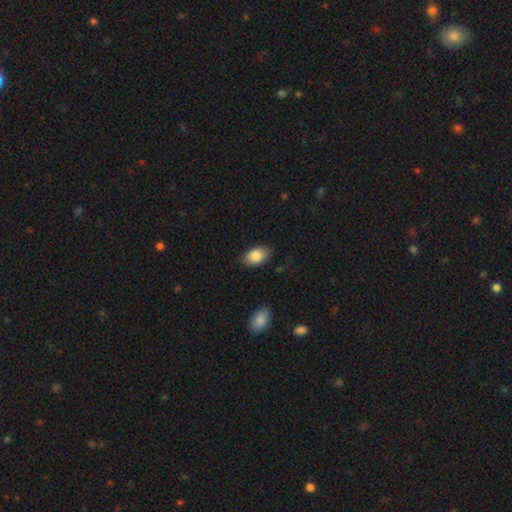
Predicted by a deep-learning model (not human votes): Smooth or featured?
  - smooth: 86% *
  - featured or disk: 7%
  - star or artifact: 7%
How rounded?
  - in between: 91% *
  - round: 7%
  - cigar-shaped: 1%
Merging?
  - none: 85% *
  - minor disturbance: 11%
  - major disturbance: 2%
  - merger: 1%